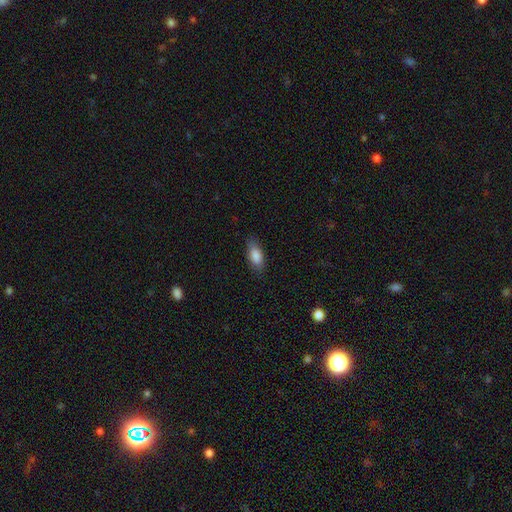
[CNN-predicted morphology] This appears to be a smooth galaxy with no disk features (85%) that is in between round and cigar-shaped (83%). Merging: none (81%).